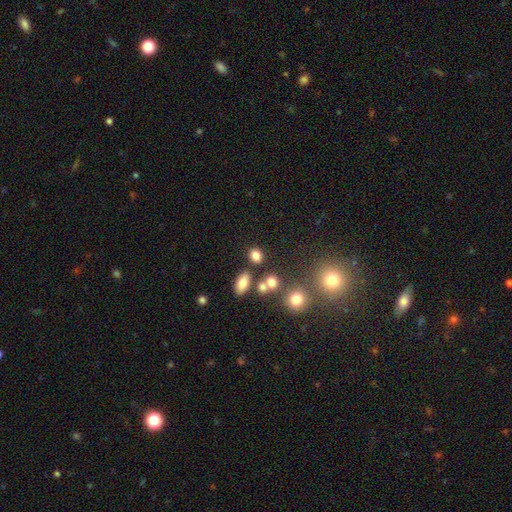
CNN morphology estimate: Smooth or featured: smooth — 80% (star or artifact — 13%)
How rounded: in between — 50% (round — 48%)
Merging: none — 71% (merger — 14%)